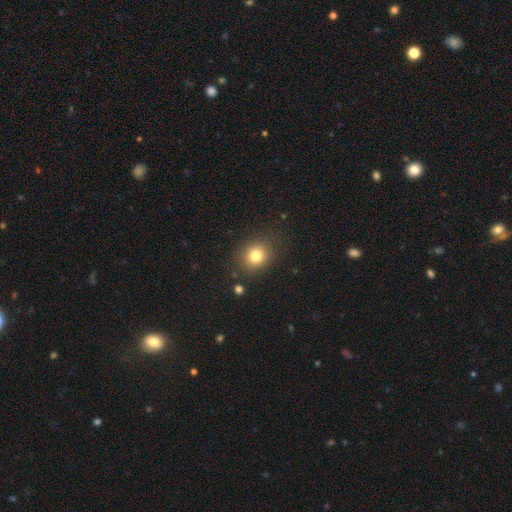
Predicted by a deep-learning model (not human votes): Overall: smooth (79%). How rounded: round (72%). Merging: none (84%).